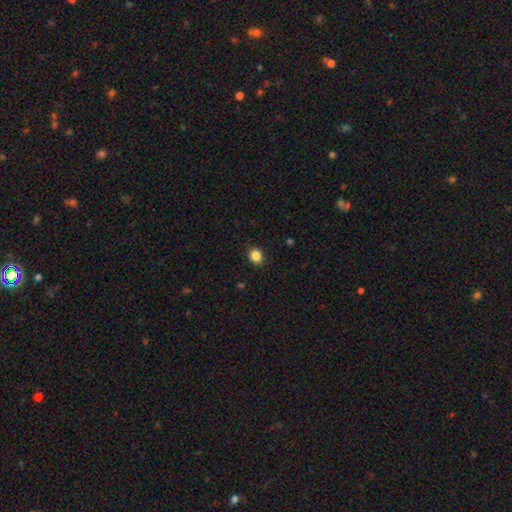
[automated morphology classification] This is clearly a smooth galaxy (86%). How rounded: likely round (66%). Merging: clearly none (89%).